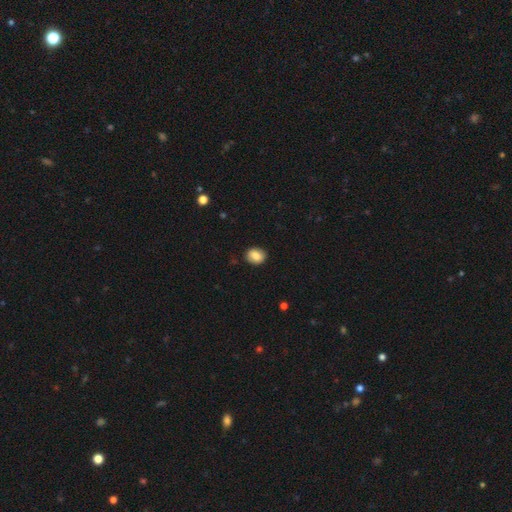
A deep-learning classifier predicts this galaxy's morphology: smooth 83%, featured or disk 9%, star or artifact 8%. Down the decision tree: how rounded — round (52%); merging — none (85%).